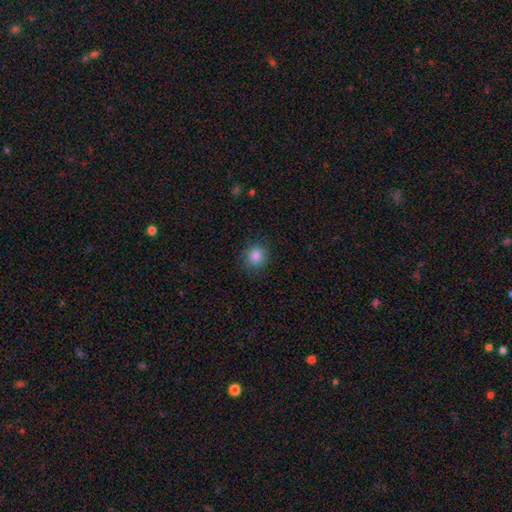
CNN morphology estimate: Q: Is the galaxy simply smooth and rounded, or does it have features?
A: smooth — 85%.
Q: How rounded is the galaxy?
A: round — 81%.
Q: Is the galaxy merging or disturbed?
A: none — 86%.